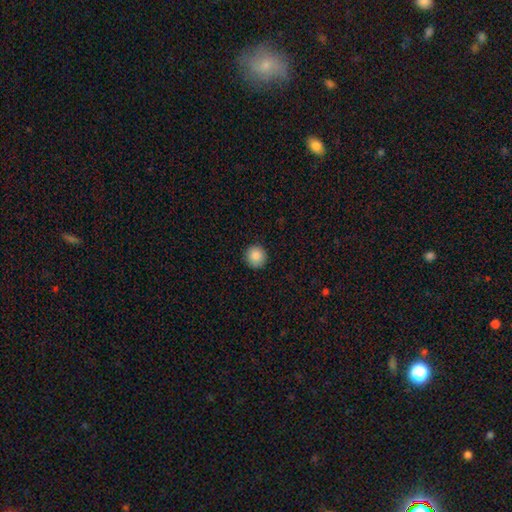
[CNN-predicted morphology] The model was most divided on "smooth or featured": smooth: 88%, star or artifact: 9%, featured or disk: 4%. More confident: how rounded — round (93%); merging — none (92%).